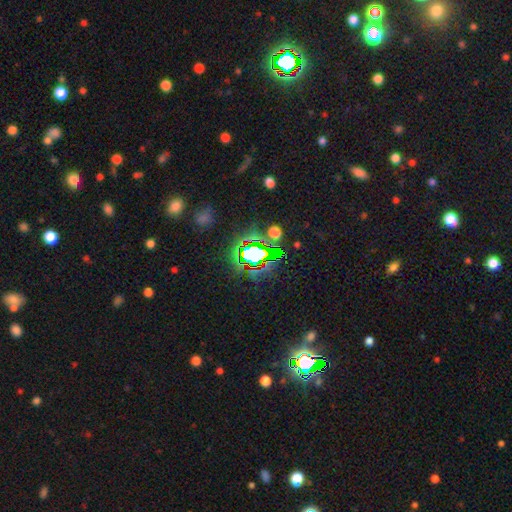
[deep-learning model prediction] Q: Smooth or featured?
A: star or artifact (69%); runner-up: smooth (19%)